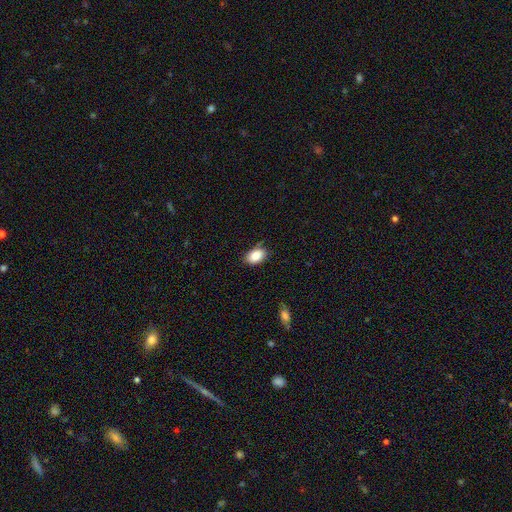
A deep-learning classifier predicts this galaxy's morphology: A smooth galaxy with no disk features (86%) that is in between round and cigar-shaped (90%).

Vote fractions:
- Smooth or featured? smooth: 86% / star or artifact: 8% / featured or disk: 6%
- How rounded? in between: 90% / round: 9% / cigar-shaped: 1%
- Merging? none: 80% / minor disturbance: 16% / major disturbance: 3% / merger: 1%